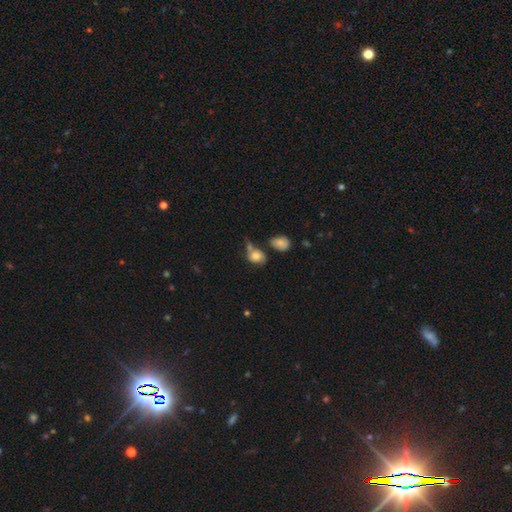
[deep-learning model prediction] Smooth or featured: smooth — 65% (featured or disk — 25%)
How rounded: round — 53% (in between — 46%)
Merging: none — 36% (minor disturbance — 25%)